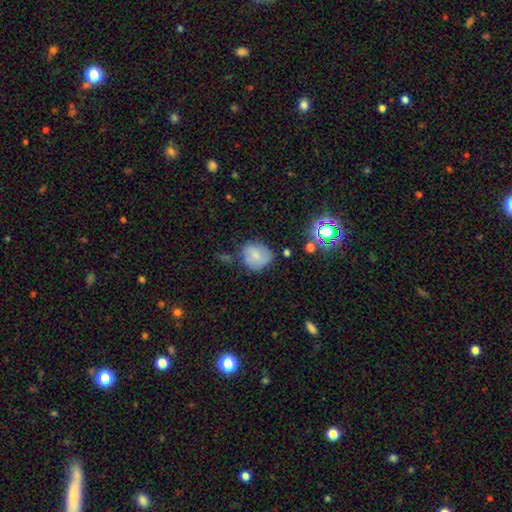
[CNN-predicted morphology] Smooth or featured? Predicted: smooth (p=0.67). How rounded? Predicted: round (p=0.75). Merging? Predicted: none (p=0.55).